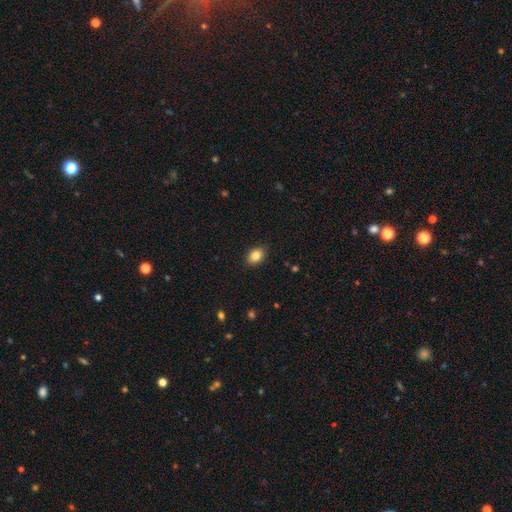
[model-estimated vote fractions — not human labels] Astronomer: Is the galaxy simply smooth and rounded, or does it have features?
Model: smooth — 84%.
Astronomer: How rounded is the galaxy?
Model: in between — 70%.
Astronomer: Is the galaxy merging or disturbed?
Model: none — 88%.